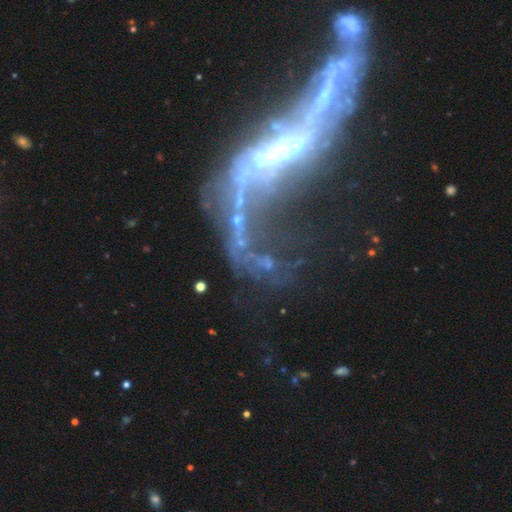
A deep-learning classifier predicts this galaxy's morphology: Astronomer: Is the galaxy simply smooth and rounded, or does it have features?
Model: featured or disk — 80%.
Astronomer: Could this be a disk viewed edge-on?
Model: no — 84%.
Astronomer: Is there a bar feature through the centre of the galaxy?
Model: no — 36% (runner-up: strong, 33%).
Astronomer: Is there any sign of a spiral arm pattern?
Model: yes — 71%.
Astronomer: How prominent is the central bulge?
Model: small — 41% (runner-up: moderate, 33%).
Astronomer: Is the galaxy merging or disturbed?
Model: merger — 39% (runner-up: major disturbance, 35%).